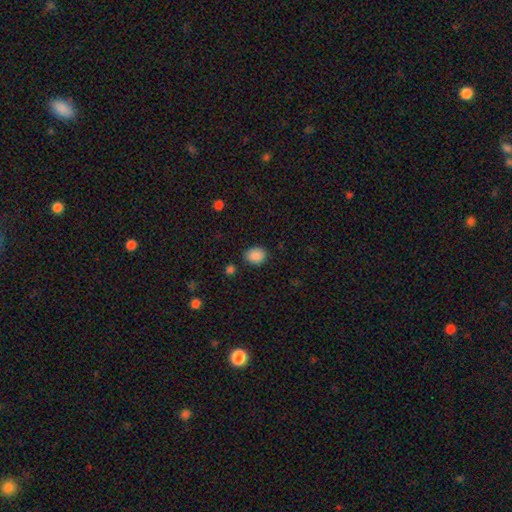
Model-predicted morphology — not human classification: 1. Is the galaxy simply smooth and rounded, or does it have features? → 88% smooth, 9% star or artifact, 3% featured or disk.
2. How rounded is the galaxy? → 53% round, 46% in between, 1% cigar-shaped.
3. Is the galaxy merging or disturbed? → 83% none, 12% minor disturbance, 3% major disturbance, 3% merger.